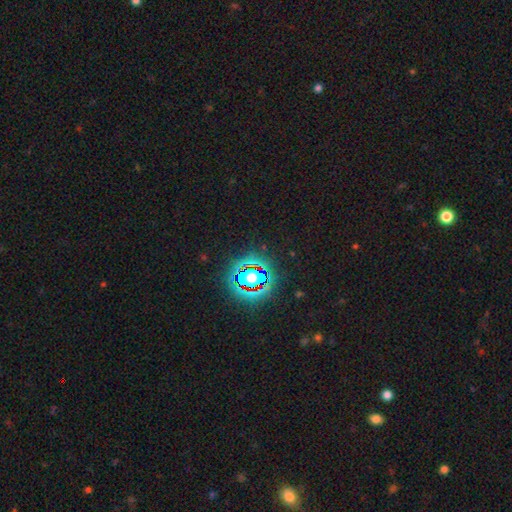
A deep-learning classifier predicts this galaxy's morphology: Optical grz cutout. It shows a star or artifact, not a galaxy (82%).